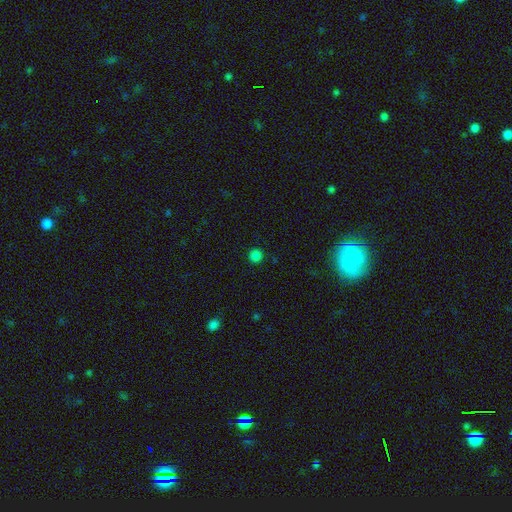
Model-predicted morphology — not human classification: smooth 82%, star or artifact 15%, featured or disk 3%. Down the decision tree: how rounded — round (95%); merging — none (92%).